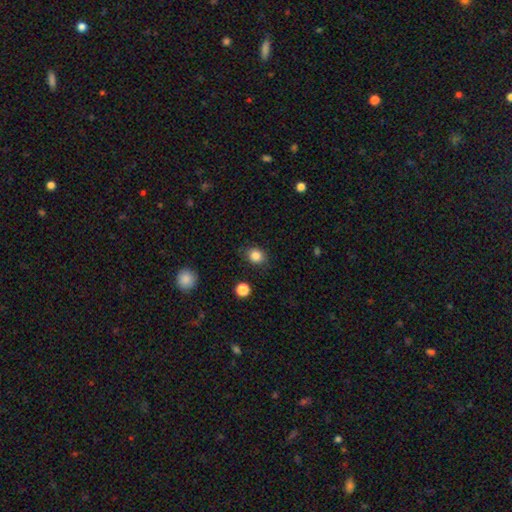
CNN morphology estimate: Smooth or featured? Predicted: smooth (p=0.84). How rounded? Predicted: round (p=0.64). Merging? Predicted: none (p=0.82).